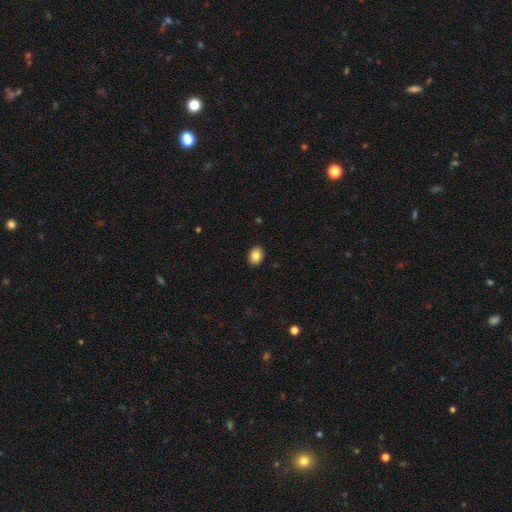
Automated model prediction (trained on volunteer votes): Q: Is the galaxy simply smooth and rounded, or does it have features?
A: smooth — 86%.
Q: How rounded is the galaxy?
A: in between — 62%.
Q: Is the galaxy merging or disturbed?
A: none — 91%.